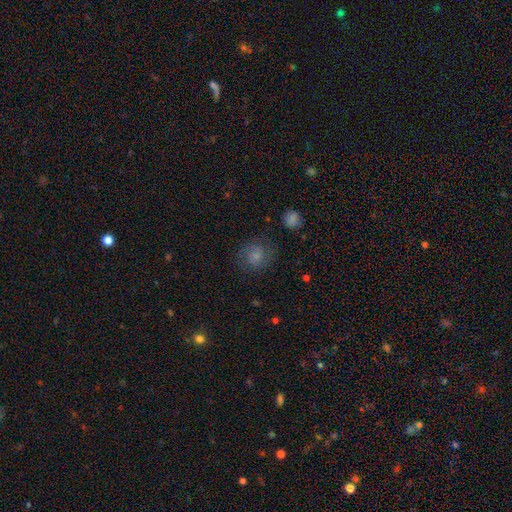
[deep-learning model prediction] A smooth galaxy with no disk features (65%) that is round (83%). Merging: none (74%).